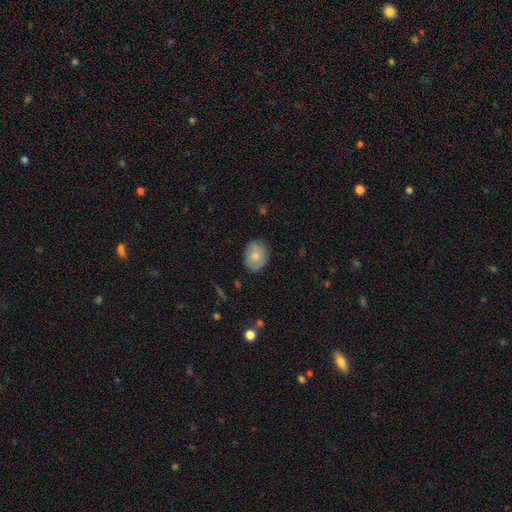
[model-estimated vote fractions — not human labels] smooth-or-featured: smooth: 76% | featured or disk: 17% | star or artifact: 7%
  how-rounded: in between: 64% | round: 35% | cigar-shaped: 1%
  merging: none: 82% | minor disturbance: 14% | major disturbance: 3% | merger: 1%